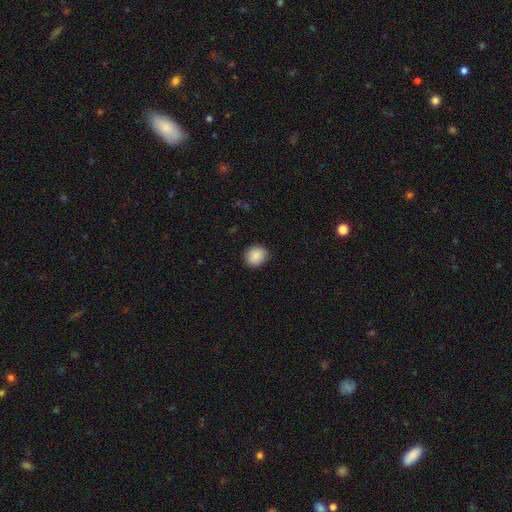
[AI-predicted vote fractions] Smooth or featured?
  - smooth: 87% *
  - star or artifact: 8%
  - featured or disk: 5%
How rounded?
  - round: 77% *
  - in between: 22%
  - cigar-shaped: 1%
Merging?
  - none: 85% *
  - minor disturbance: 12%
  - major disturbance: 2%
  - merger: 1%